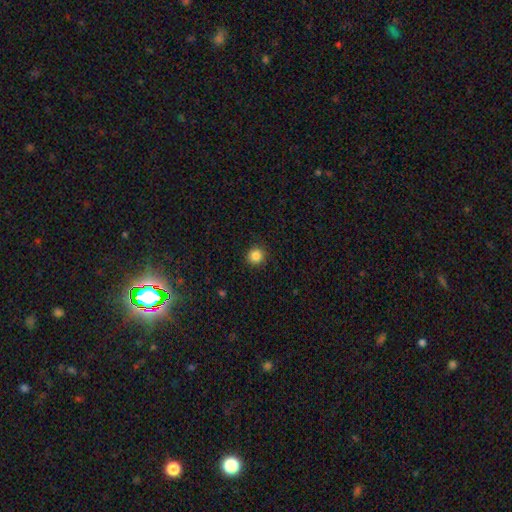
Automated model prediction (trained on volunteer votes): Smooth or featured? Predicted: smooth (p=0.85). How rounded? Predicted: round (p=0.94). Merging? Predicted: none (p=0.92).